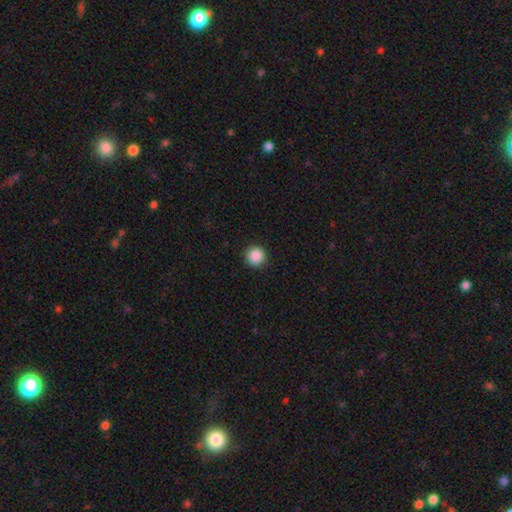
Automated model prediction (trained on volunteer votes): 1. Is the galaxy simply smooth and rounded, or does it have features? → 88% smooth, 9% star or artifact, 2% featured or disk.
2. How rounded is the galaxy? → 96% round, 3% in between, 1% cigar-shaped.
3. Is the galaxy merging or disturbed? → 92% none, 5% minor disturbance, 2% major disturbance, 1% merger.